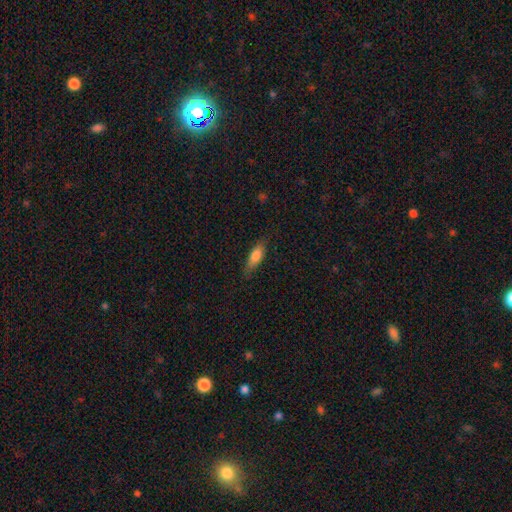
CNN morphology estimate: Q: Smooth or featured?
A: smooth (77%); runner-up: featured or disk (17%)
Q: How rounded?
A: in between (54%); runner-up: cigar-shaped (44%)
Q: Merging?
A: none (79%); runner-up: minor disturbance (17%)